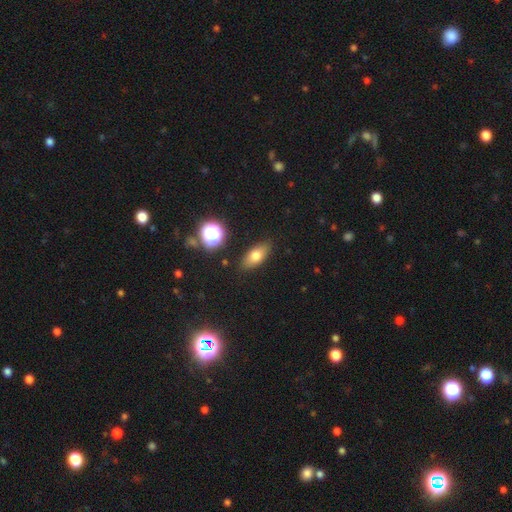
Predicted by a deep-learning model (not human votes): A smooth galaxy with no disk features (71%) that is in between round and cigar-shaped (77%). Merging: none (85%).